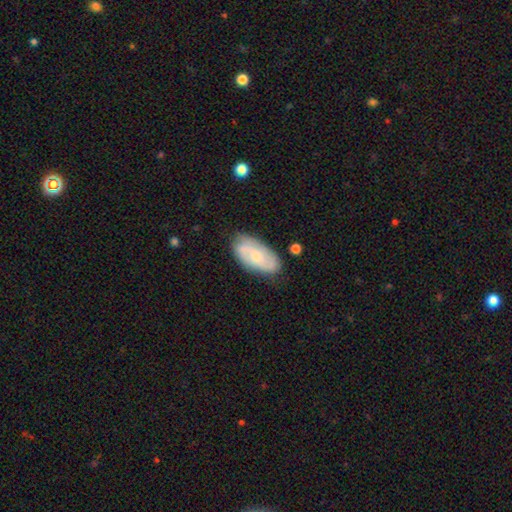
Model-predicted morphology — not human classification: A featured or disk galaxy (55%) with no bar (62%), spiral arms (85%) and a small central bulge (57%). Merging: none (77%).